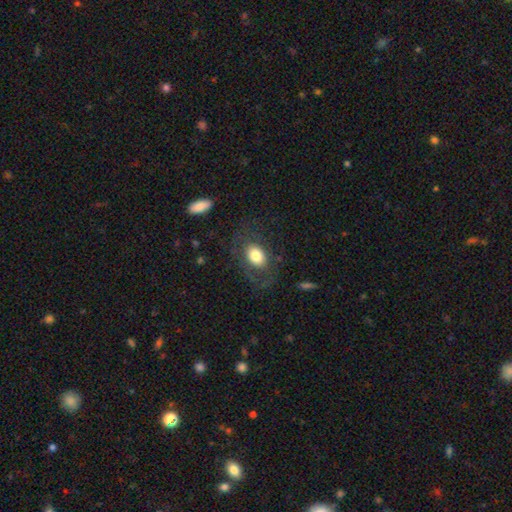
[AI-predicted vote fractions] The model was most divided on "smooth or featured": smooth: 69%, featured or disk: 23%, star or artifact: 8%. More confident: how rounded — in between (78%); merging — none (65%).